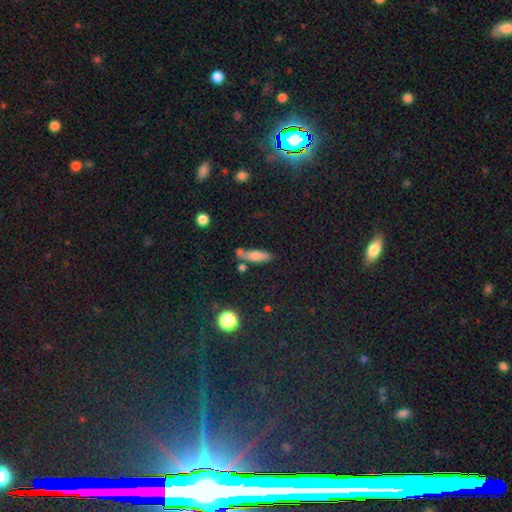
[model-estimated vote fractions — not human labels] smooth_or_featured: smooth (p=0.69) [alt: featured or disk p=0.20]
how_rounded: cigar-shaped (p=0.57) [alt: in between p=0.40]
merging: none (p=0.62) [alt: minor disturbance p=0.17]